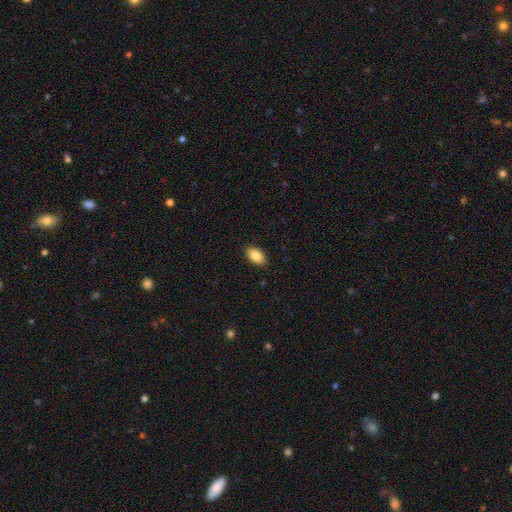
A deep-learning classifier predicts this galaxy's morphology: Smooth or featured? Predicted: smooth (p=0.87). How rounded? Predicted: in between (p=0.94). Merging? Predicted: none (p=0.89).